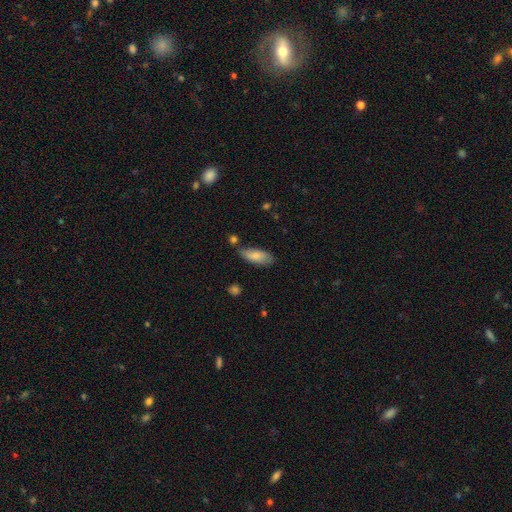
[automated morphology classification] Smooth or featured?
  - smooth: 79% *
  - featured or disk: 14%
  - star or artifact: 6%
How rounded?
  - in between: 79% *
  - cigar-shaped: 19%
  - round: 2%
Merging?
  - none: 70% *
  - minor disturbance: 21%
  - merger: 5%
  - major disturbance: 4%